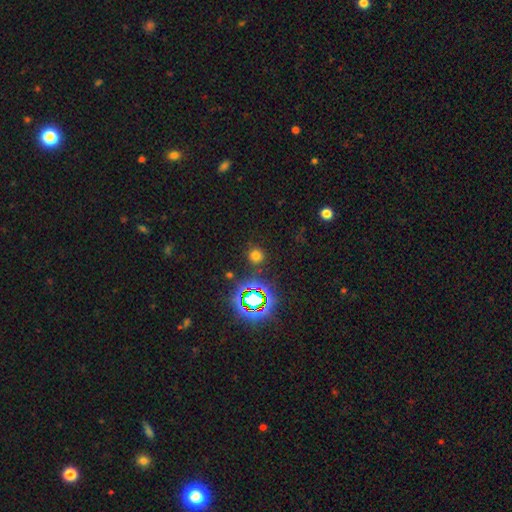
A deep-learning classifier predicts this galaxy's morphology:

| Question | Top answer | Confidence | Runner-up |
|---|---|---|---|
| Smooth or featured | smooth | 64% | star or artifact (29%) |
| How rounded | round | 91% | in between (8%) |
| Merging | none | 87% | minor disturbance (7%) |